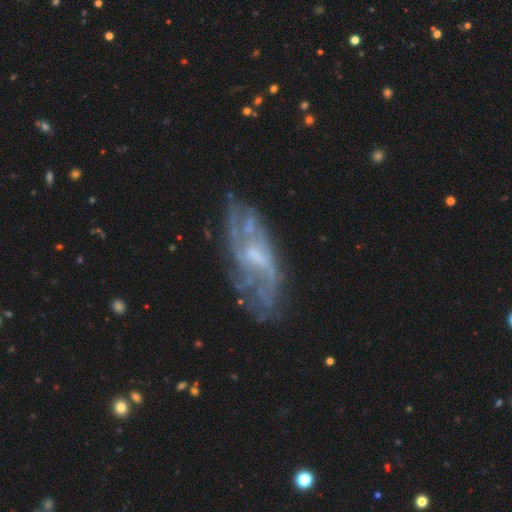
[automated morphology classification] smooth-or-featured: featured or disk: 77% | smooth: 14% | star or artifact: 8%
  disk-edge-on: no: 88% | yes: 12%
    bar: no: 48% | weak: 43% | strong: 8%
    has-spiral-arms: yes: 76% | no: 24%
      spiral-winding: medium: 38% | loose: 34% | tight: 28%
      spiral-arm-count: can't tell: 53% | 2: 21% | 3: 10% | 4: 7% | 1: 5% | more than 4: 4%
    bulge-size: small: 50% | moderate: 31% | none: 15% | large: 2% | dominant: 1%
  merging: none: 63% | minor disturbance: 20% | major disturbance: 13% | merger: 3%